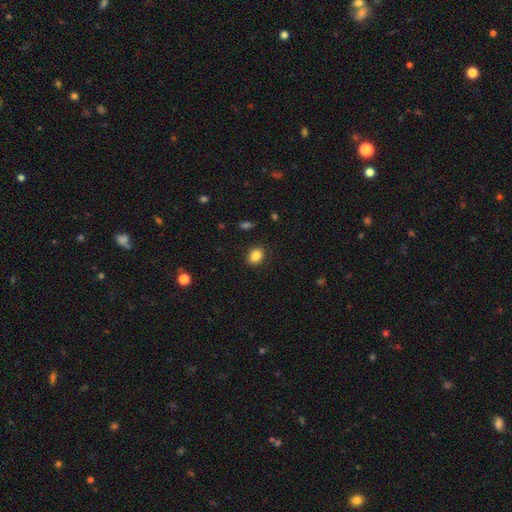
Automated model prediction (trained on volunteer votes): smooth 87%, star or artifact 9%, featured or disk 4%. Down the decision tree: how rounded — in between (66%); merging — none (88%).